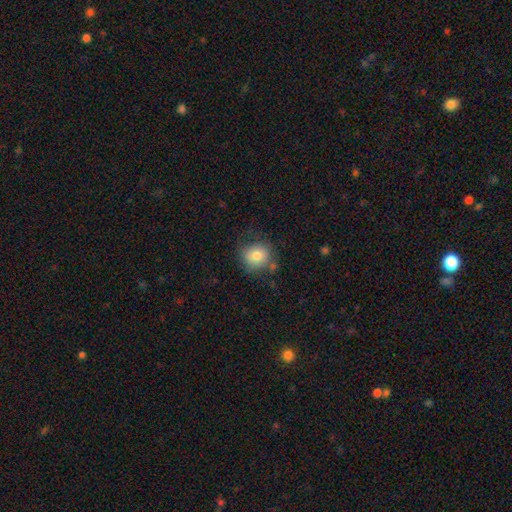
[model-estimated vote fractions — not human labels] Morphology: type=smooth (78%); roundness=round (83%); merging=none (68%).